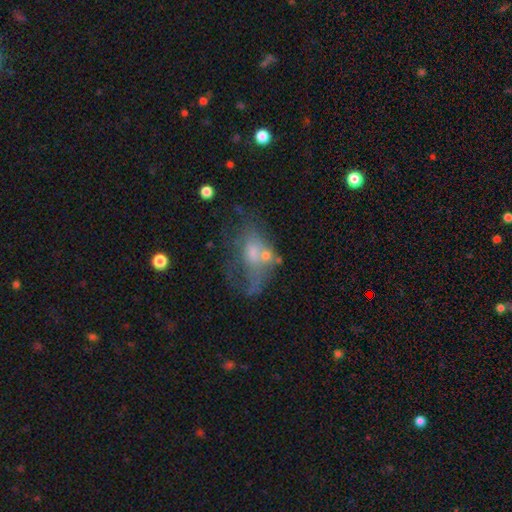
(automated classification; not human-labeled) Overall: featured or disk (48%; smooth 36%). Merging: major disturbance (36%; none 29%).